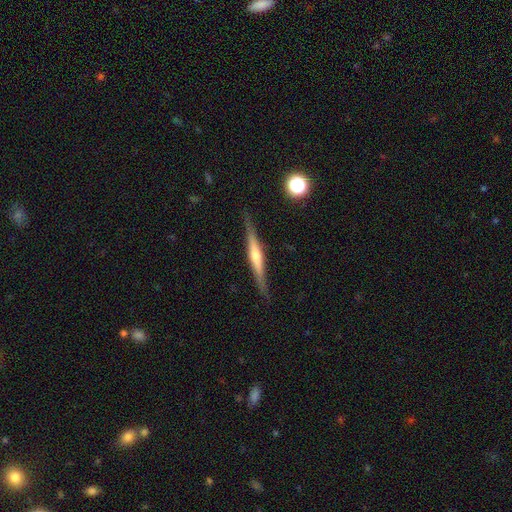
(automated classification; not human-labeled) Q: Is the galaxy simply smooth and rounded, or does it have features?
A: featured or disk — 69%.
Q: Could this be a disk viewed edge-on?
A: yes — 97%.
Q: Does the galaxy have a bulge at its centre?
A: rounded — 71%.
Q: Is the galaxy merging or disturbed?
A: none — 87%.